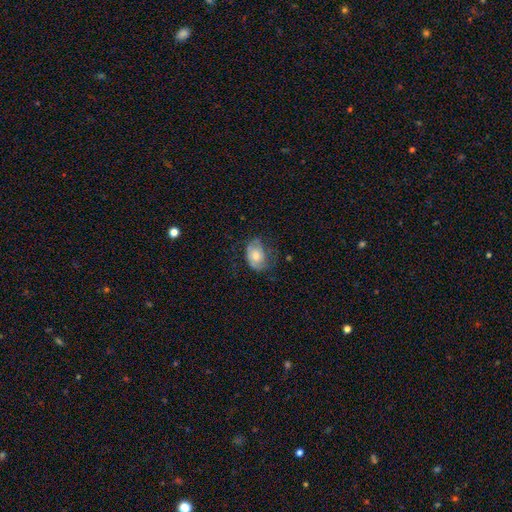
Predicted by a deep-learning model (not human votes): A smooth galaxy with no disk features (57%) that is in between round and cigar-shaped (71%).

Vote fractions:
- Smooth or featured? smooth: 57% / featured or disk: 35% / star or artifact: 7%
- How rounded? in between: 71% / round: 28% / cigar-shaped: 1%
- Merging? none: 48% / minor disturbance: 31% / major disturbance: 20% / merger: 2%